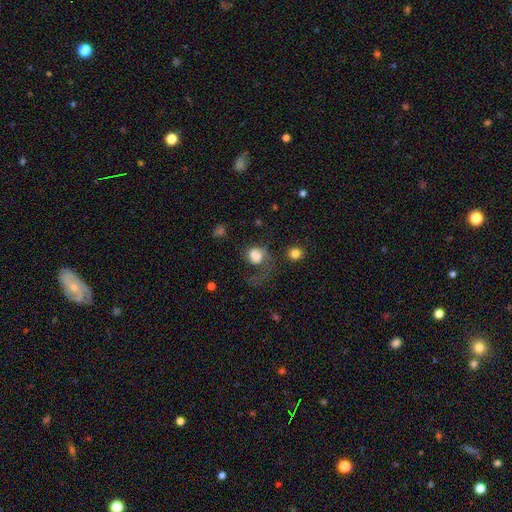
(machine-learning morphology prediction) Smooth or featured? Predicted: smooth (p=0.65). How rounded? Predicted: round (p=0.60). Merging? Predicted: major disturbance (p=0.53).